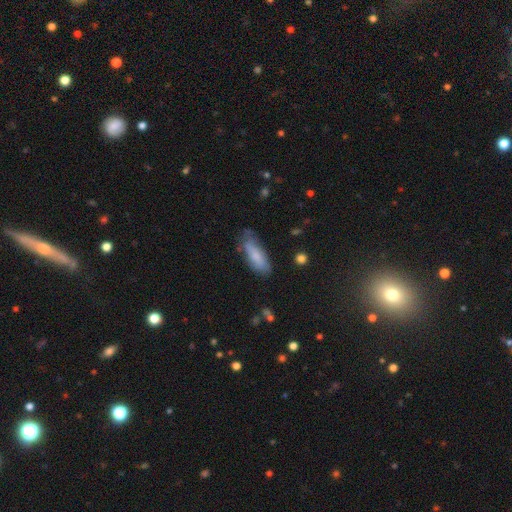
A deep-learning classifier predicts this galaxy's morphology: smooth 72%, featured or disk 21%, star or artifact 7%. Down the decision tree: how rounded — in between (65%); merging — none (61%).